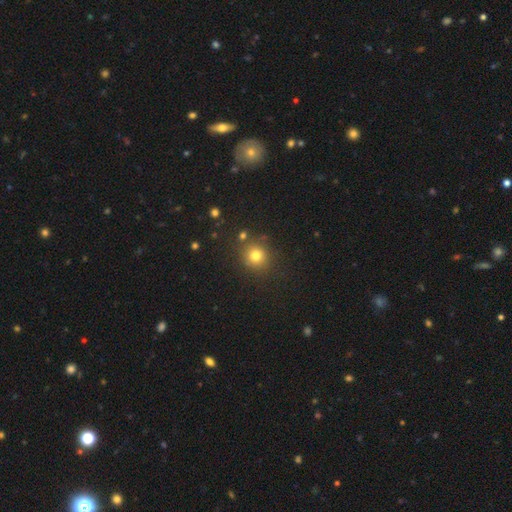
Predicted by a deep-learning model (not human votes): smooth_or_featured: smooth (p=0.78) [alt: star or artifact p=0.15]
how_rounded: round (p=0.90) [alt: in between p=0.09]
merging: none (p=0.82) [alt: minor disturbance p=0.09]